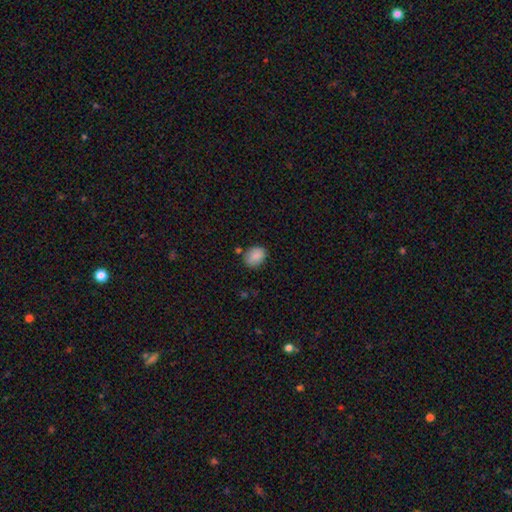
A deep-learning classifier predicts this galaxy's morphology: Q: Smooth or featured?
A: smooth (88%); runner-up: star or artifact (7%)
Q: How rounded?
A: in between (68%); runner-up: round (31%)
Q: Merging?
A: none (76%); runner-up: minor disturbance (15%)